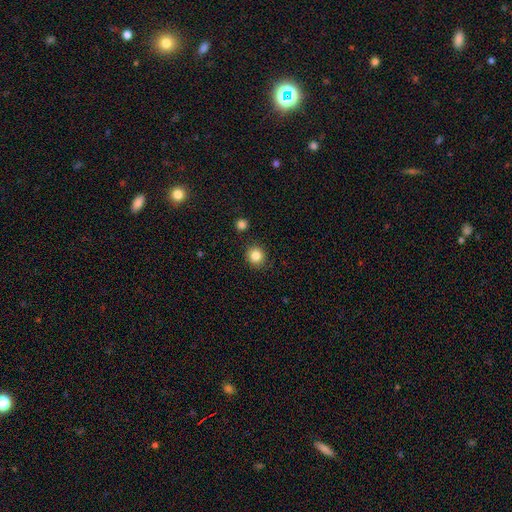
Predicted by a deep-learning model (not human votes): The model was most divided on "smooth or featured": smooth: 85%, star or artifact: 10%, featured or disk: 5%. More confident: how rounded — round (88%); merging — none (88%).